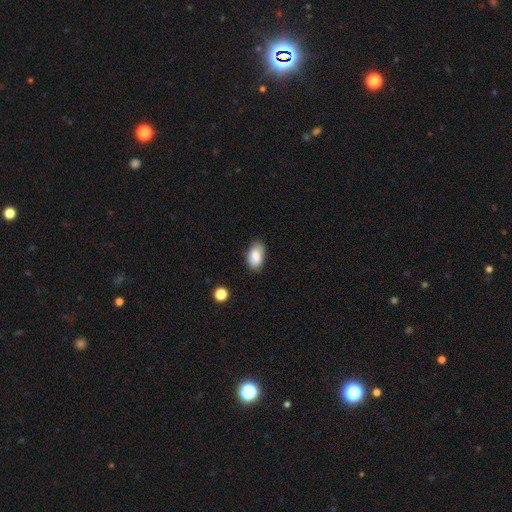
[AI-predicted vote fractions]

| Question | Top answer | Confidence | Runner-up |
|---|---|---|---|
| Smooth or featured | smooth | 86% | star or artifact (7%) |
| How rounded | in between | 93% | round (5%) |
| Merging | none | 76% | minor disturbance (18%) |